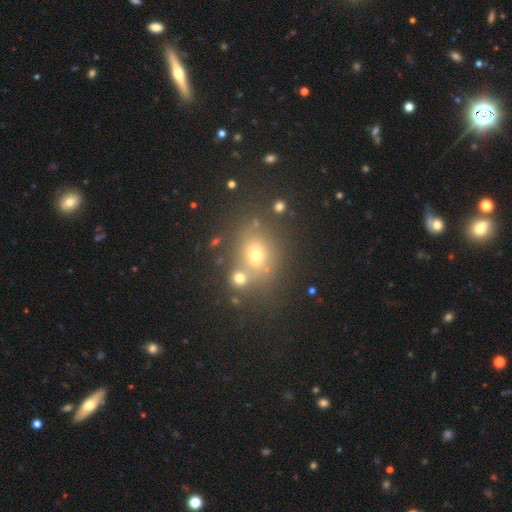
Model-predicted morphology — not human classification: A smooth galaxy with no disk features (63%) that is round (57%).

Vote fractions:
- Smooth or featured? smooth: 63% / star or artifact: 22% / featured or disk: 14%
- How rounded? round: 57% / in between: 42% / cigar-shaped: 1%
- Merging? none: 64% / merger: 18% / minor disturbance: 12% / major disturbance: 5%